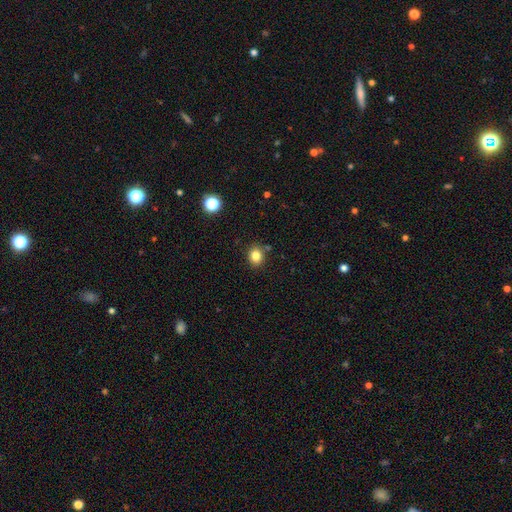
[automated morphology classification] The model was most divided on "how rounded": round: 63%, in between: 36%, cigar-shaped: 1%. More confident: merging — none (84%); smooth or featured — smooth (83%).